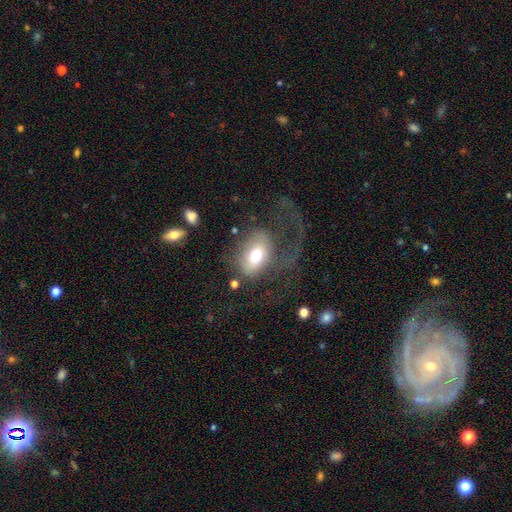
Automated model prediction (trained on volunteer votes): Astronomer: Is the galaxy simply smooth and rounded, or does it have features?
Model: smooth — 61%.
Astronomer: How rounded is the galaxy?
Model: in between — 78%.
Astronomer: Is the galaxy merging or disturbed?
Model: major disturbance — 55%.